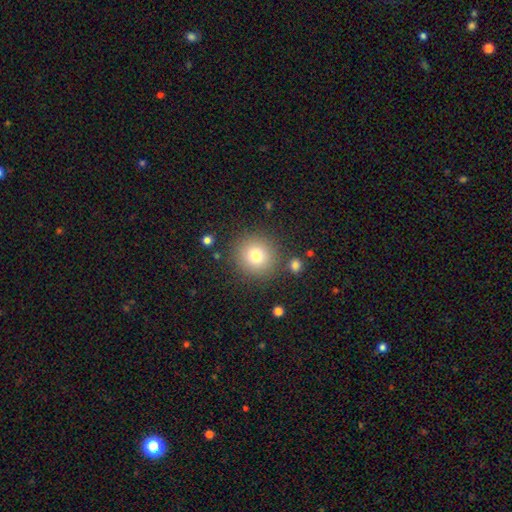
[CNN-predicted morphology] smooth 78%, star or artifact 12%, featured or disk 10%. Down the decision tree: how rounded — round (94%); merging — none (85%).